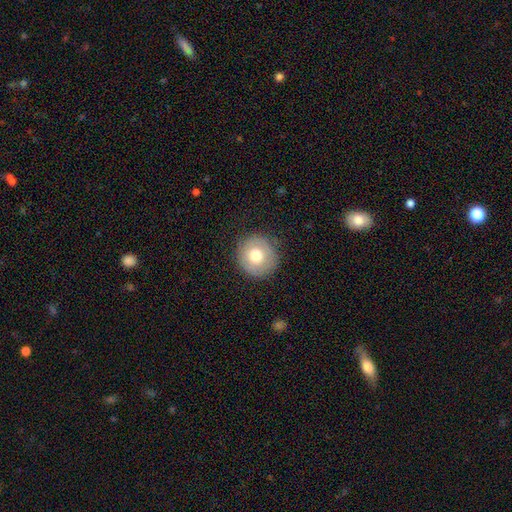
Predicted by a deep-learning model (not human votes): This is likely a smooth galaxy (72%). How rounded: clearly round (94%). Merging: clearly none (87%).